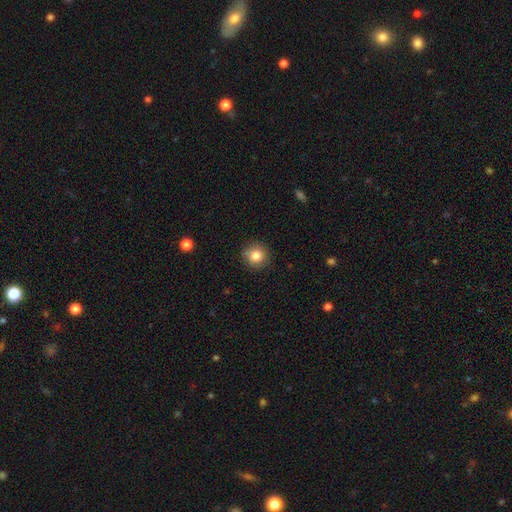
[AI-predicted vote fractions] Smooth or featured?
  - smooth: 84% *
  - star or artifact: 10%
  - featured or disk: 6%
How rounded?
  - round: 93% *
  - in between: 6%
  - cigar-shaped: 1%
Merging?
  - none: 88% *
  - minor disturbance: 8%
  - major disturbance: 2%
  - merger: 1%